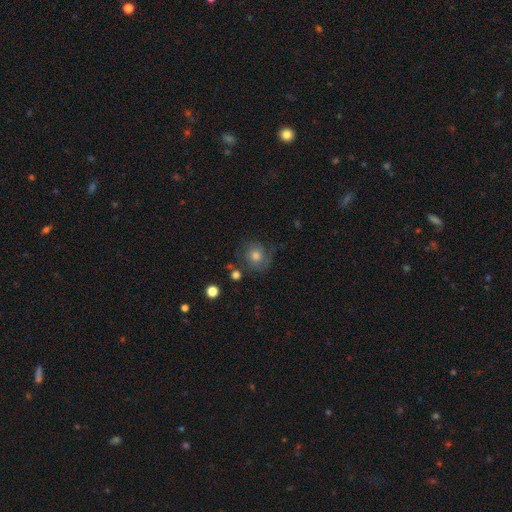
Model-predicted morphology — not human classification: Overall: smooth (53%; featured or disk 34%). How rounded: round (83%). Merging: none (64%).